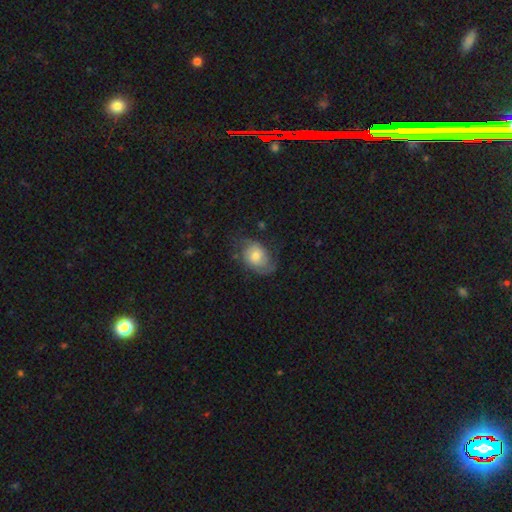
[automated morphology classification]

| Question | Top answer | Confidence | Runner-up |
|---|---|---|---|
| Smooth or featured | featured or disk | 47% | smooth (46%) |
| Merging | none | 54% | minor disturbance (27%) |